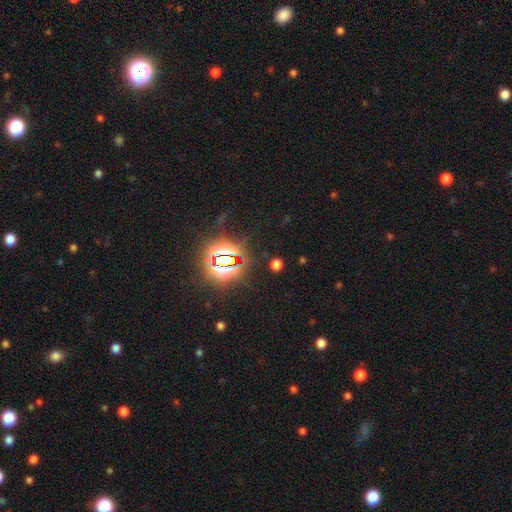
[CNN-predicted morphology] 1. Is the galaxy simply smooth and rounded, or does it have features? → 86% star or artifact, 8% smooth, 6% featured or disk.